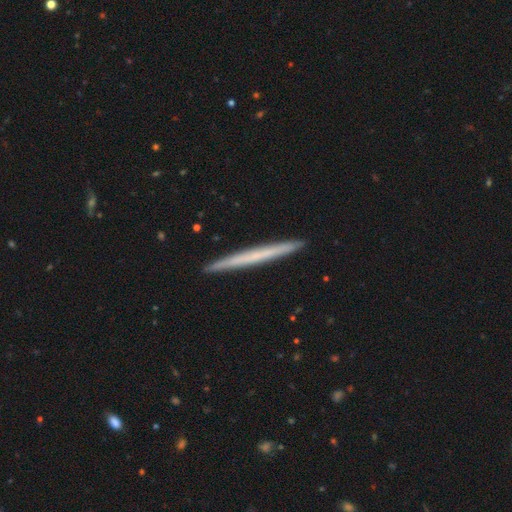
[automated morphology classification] A featured or disk galaxy (49%).

Vote fractions:
- Smooth or featured? featured or disk: 49% / smooth: 45% / star or artifact: 6%
- Merging? none: 92% / minor disturbance: 5% / merger: 1% / major disturbance: 1%